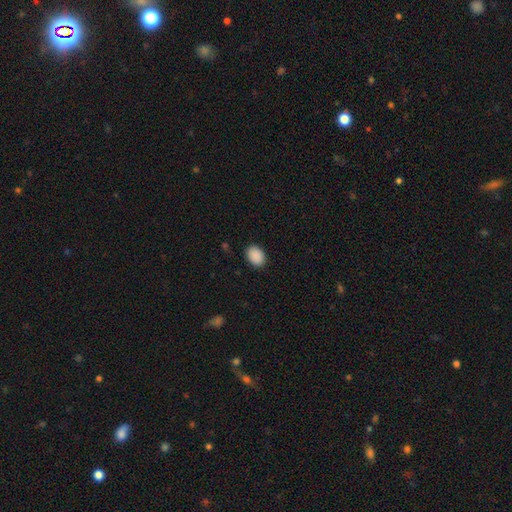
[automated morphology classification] Smooth or featured?
  - smooth: 90% *
  - star or artifact: 7%
  - featured or disk: 2%
How rounded?
  - in between: 75% *
  - round: 24%
  - cigar-shaped: 1%
Merging?
  - none: 89% *
  - minor disturbance: 8%
  - major disturbance: 2%
  - merger: 1%